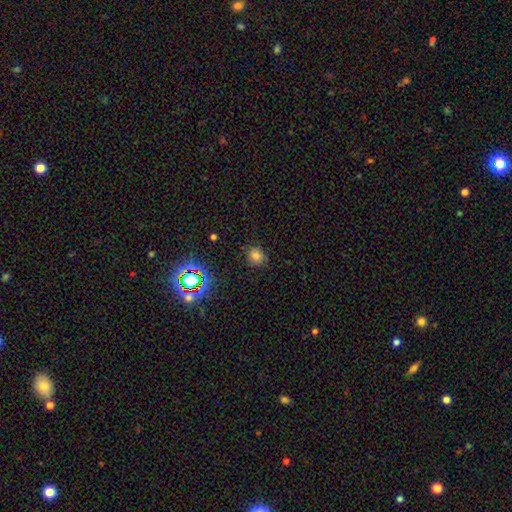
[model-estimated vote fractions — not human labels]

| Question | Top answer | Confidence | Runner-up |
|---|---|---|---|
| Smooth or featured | smooth | 74% | star or artifact (20%) |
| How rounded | round | 81% | in between (18%) |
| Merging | none | 83% | minor disturbance (12%) |